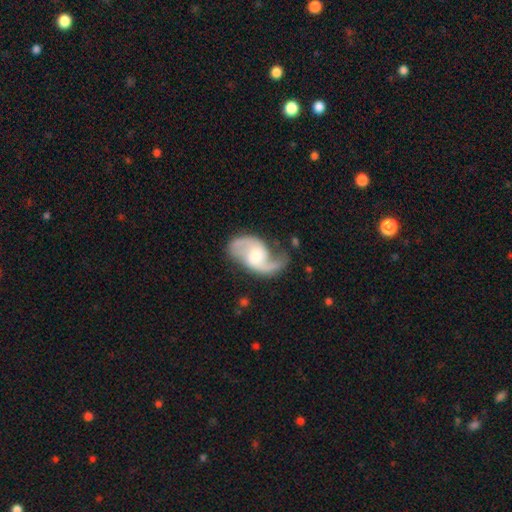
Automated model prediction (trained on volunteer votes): Overall: featured or disk (88%). Edge-on disk: no (97%). Bar: no (48%; weak 42%). Spiral arms: yes (97%). Spiral arm count: 2 (91%). Spiral winding: medium (46%; loose 44%). Bulge size: moderate (58%; small 25%). Merging: none (71%).